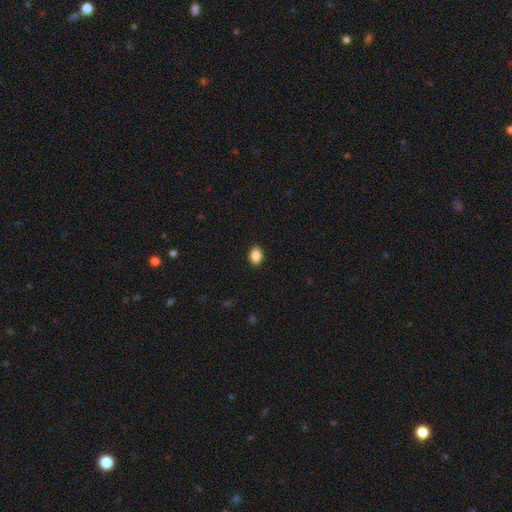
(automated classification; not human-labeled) Smooth or featured?
  - smooth: 88% *
  - star or artifact: 8%
  - featured or disk: 4%
How rounded?
  - in between: 82% *
  - round: 16%
  - cigar-shaped: 1%
Merging?
  - none: 90% *
  - minor disturbance: 7%
  - major disturbance: 2%
  - merger: 1%